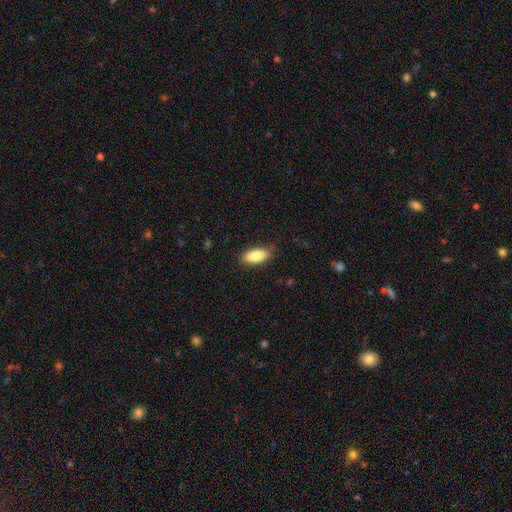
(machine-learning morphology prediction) Smooth or featured: smooth — 85% (featured or disk — 8%)
How rounded: in between — 85% (cigar-shaped — 13%)
Merging: none — 84% (minor disturbance — 13%)